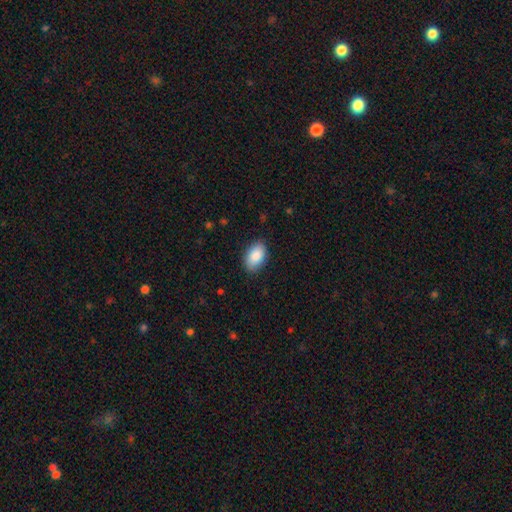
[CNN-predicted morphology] The model was most divided on "merging": none: 85%, minor disturbance: 11%, major disturbance: 3%, merger: 1%. More confident: how rounded — in between (92%); smooth or featured — smooth (89%).